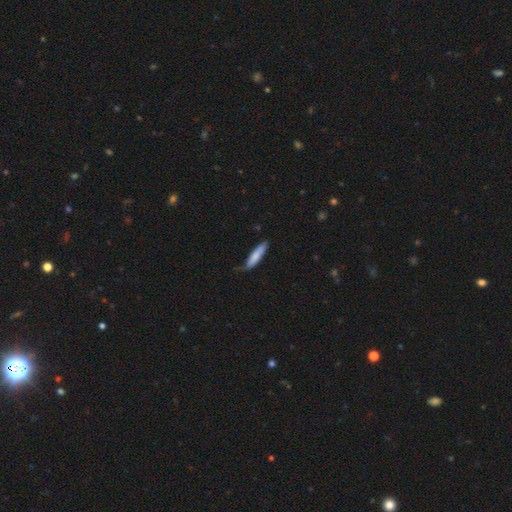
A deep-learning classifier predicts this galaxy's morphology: smooth_or_featured: smooth (p=0.77) [alt: featured or disk p=0.18]
how_rounded: cigar-shaped (p=0.80) [alt: in between p=0.19]
merging: none (p=0.59) [alt: minor disturbance p=0.32]